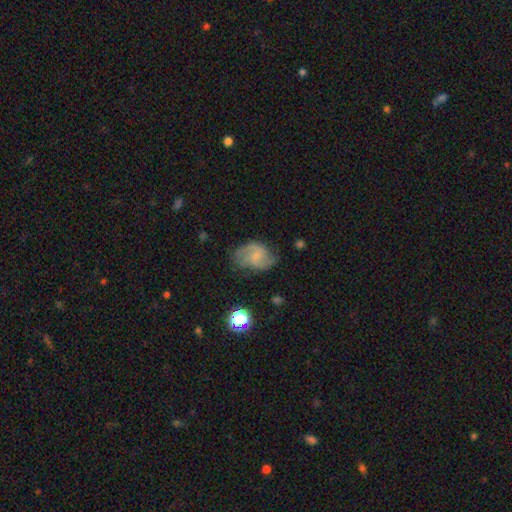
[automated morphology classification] The model was most divided on "bar": weak: 47%, no: 44%, strong: 10%. Remaining: edge-on disk — no (98%); spiral arms — yes (90%); spiral arm count — 2 (79%); merging — none (63%); smooth or featured — featured or disk (61%); spiral winding — medium (46%); bulge size — small (46%).